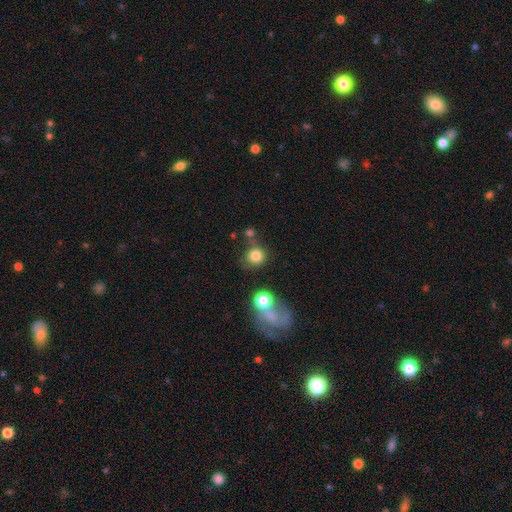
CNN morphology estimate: This is clearly a smooth galaxy (80%). How rounded: clearly round (89%). Merging: likely none (67%).